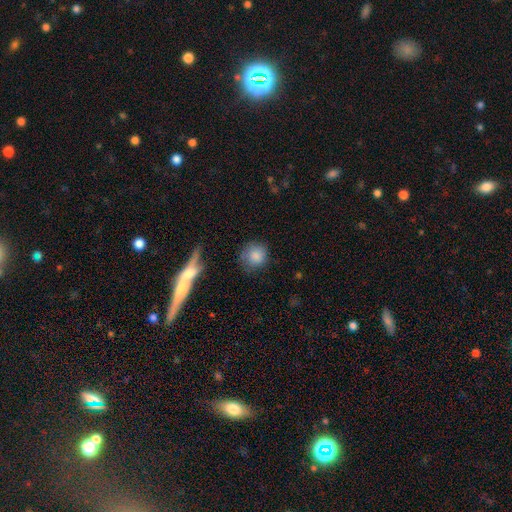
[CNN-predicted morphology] smooth-or-featured: smooth: 84% | star or artifact: 8% | featured or disk: 8%
  how-rounded: round: 88% | in between: 11% | cigar-shaped: 1%
  merging: none: 73% | minor disturbance: 18% | major disturbance: 6% | merger: 3%